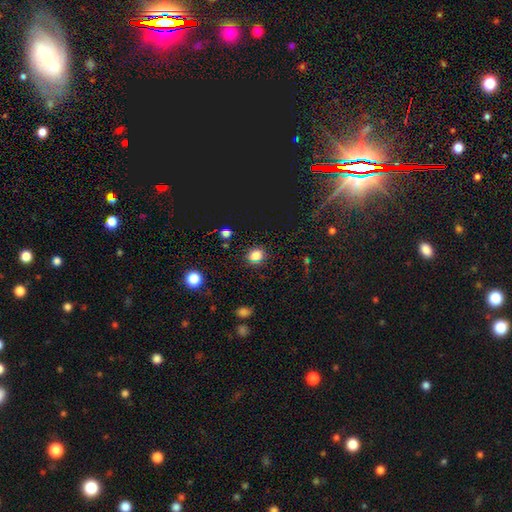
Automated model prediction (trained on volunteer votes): Smooth or featured? Predicted: smooth (p=0.79). How rounded? Predicted: round (p=0.69). Merging? Predicted: none (p=0.86).